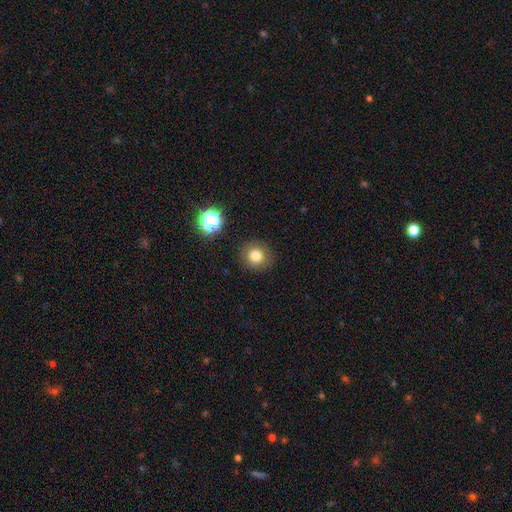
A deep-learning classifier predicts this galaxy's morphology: Q: Smooth or featured?
A: smooth (79%); runner-up: star or artifact (13%)
Q: How rounded?
A: round (87%); runner-up: in between (12%)
Q: Merging?
A: none (87%); runner-up: minor disturbance (8%)